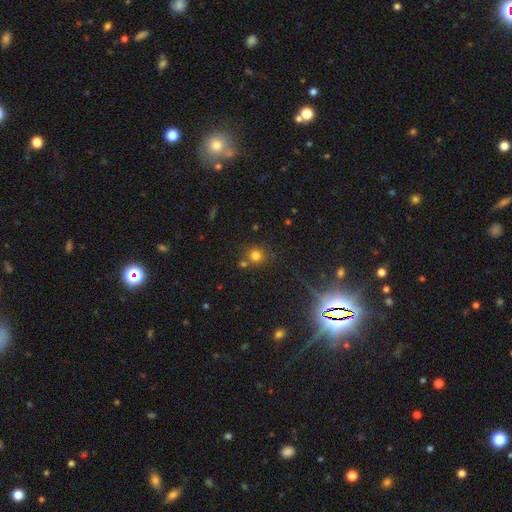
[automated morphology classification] Smooth or featured: smooth — 75% (star or artifact — 18%)
How rounded: round — 91% (in between — 8%)
Merging: none — 72% (merger — 16%)